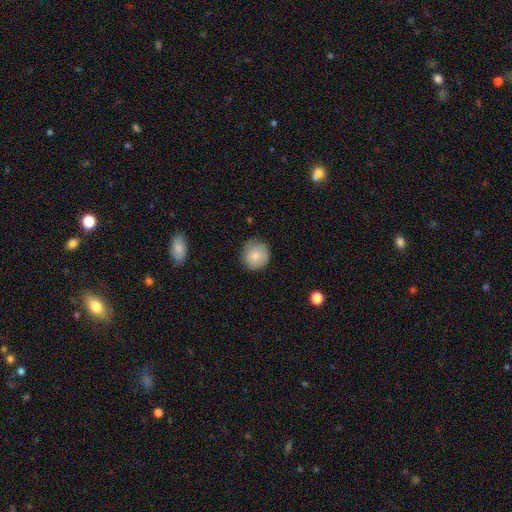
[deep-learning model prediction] Smooth or featured? smooth (80%)
How rounded? round (92%)
Merging? none (84%)